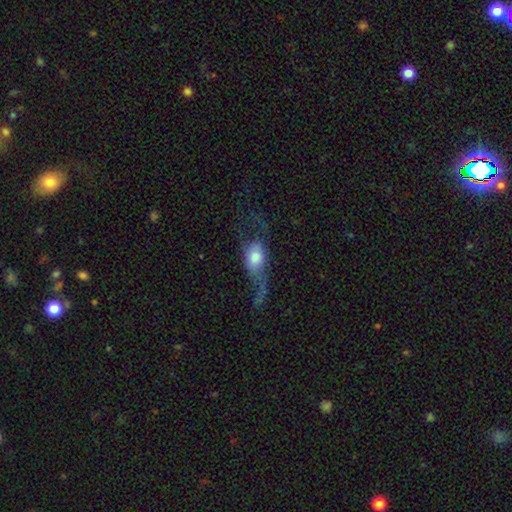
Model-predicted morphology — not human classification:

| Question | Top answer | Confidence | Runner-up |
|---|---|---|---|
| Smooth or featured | smooth | 48% | featured or disk (44%) |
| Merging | major disturbance | 51% | none (26%) |